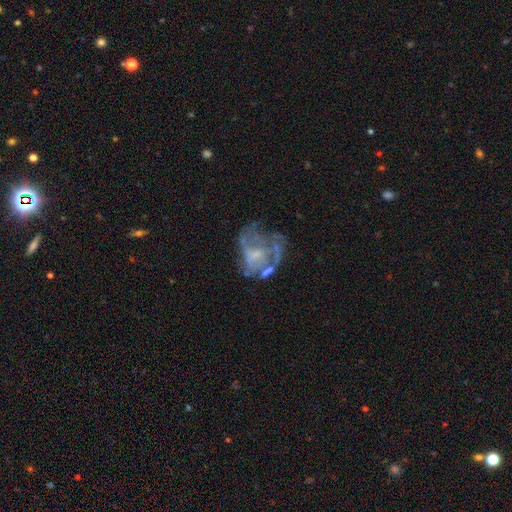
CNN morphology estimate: Smooth or featured? Predicted: featured or disk (p=0.69). Edge-on disk? Predicted: no (p=0.98). Bar? Predicted: no (p=0.66). Spiral arms? Predicted: no (p=0.58). Bulge size? Predicted: none (p=0.44). Merging? Predicted: major disturbance (p=0.39).